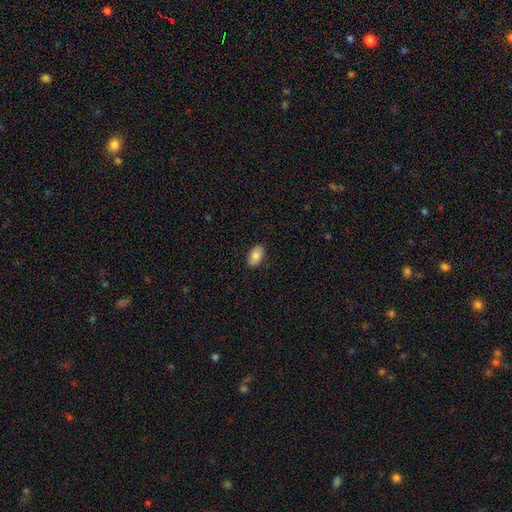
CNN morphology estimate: A smooth galaxy with no disk features (79%) that is in between round and cigar-shaped (94%). Merging: none (88%).